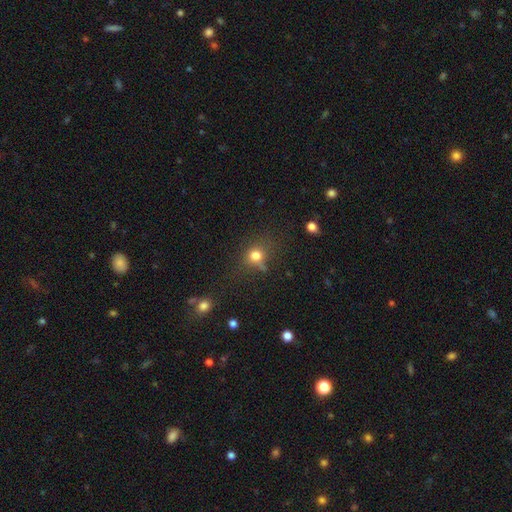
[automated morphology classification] type=smooth (74%); roundness=round (75%); merging=none (63%).